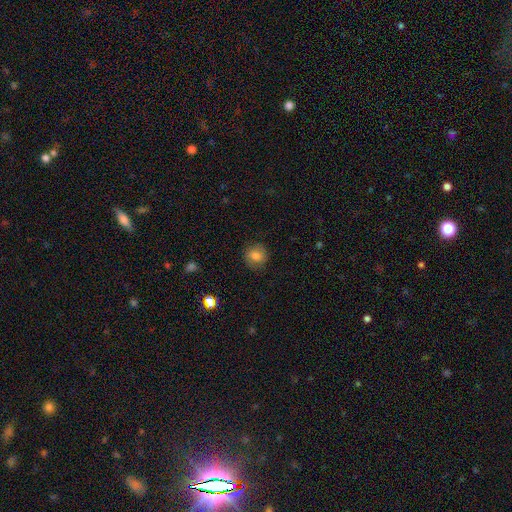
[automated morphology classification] Smooth or featured: smooth — 79% (star or artifact — 11%)
How rounded: round — 82% (in between — 17%)
Merging: none — 86% (minor disturbance — 10%)